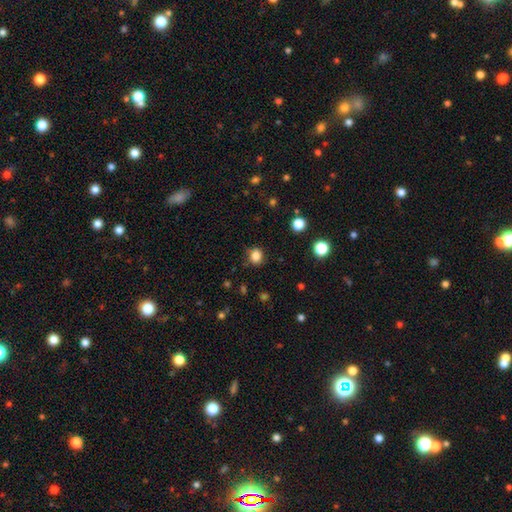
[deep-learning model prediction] Smooth or featured: smooth — 84% (star or artifact — 12%)
How rounded: round — 72% (in between — 27%)
Merging: none — 82% (minor disturbance — 13%)